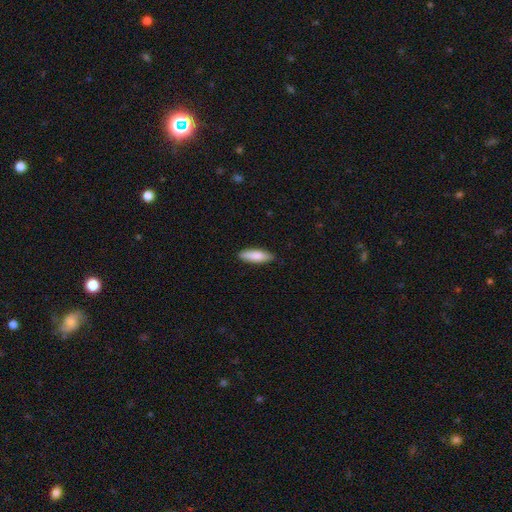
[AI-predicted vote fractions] smooth-or-featured: smooth: 84% | featured or disk: 11% | star or artifact: 5%
  how-rounded: cigar-shaped: 52% | in between: 47% | round: 2%
  merging: none: 86% | minor disturbance: 11% | major disturbance: 2% | merger: 1%